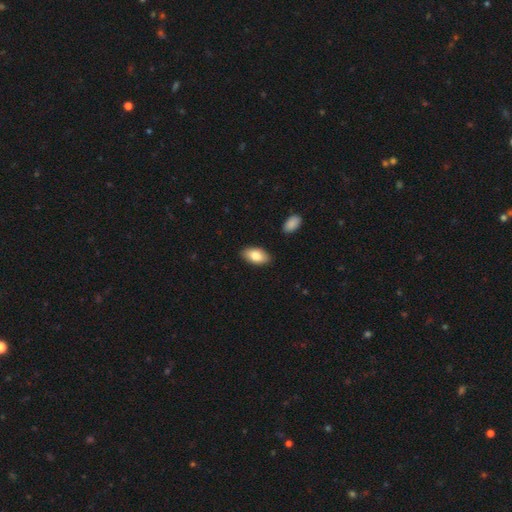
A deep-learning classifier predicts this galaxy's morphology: type=smooth (83%); roundness=in between (95%); merging=none (87%).